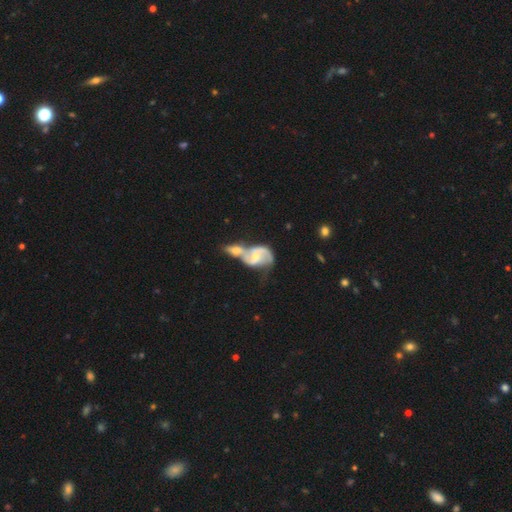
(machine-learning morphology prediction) smooth-or-featured: featured or disk: 79% | smooth: 15% | star or artifact: 6%
  disk-edge-on: no: 97% | yes: 3%
    bar: weak: 44% | no: 41% | strong: 15%
    has-spiral-arms: yes: 89% | no: 11%
      spiral-winding: medium: 43% | loose: 42% | tight: 15%
      spiral-arm-count: 2: 82% | can't tell: 8% | 1: 6% | 3: 2% | 4: 1% | more than 4: 1%
    bulge-size: small: 52% | moderate: 37% | none: 7% | large: 2% | dominant: 1%
  merging: merger: 72% | none: 12% | major disturbance: 8% | minor disturbance: 7%